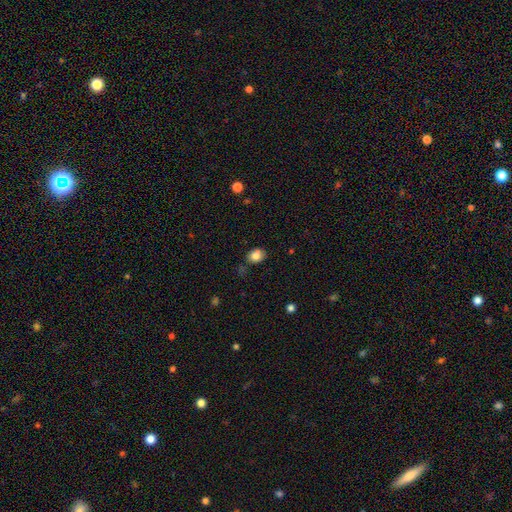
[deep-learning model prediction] Morphology: type=smooth (83%); roundness=in between (60%); merging=none (70%).